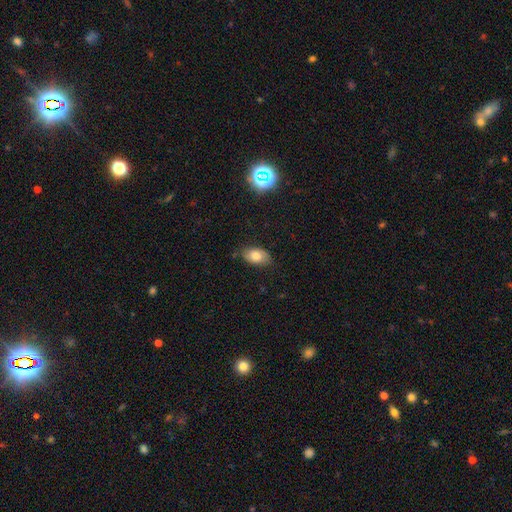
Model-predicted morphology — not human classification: Smooth or featured?
  - smooth: 76% *
  - featured or disk: 14%
  - star or artifact: 10%
How rounded?
  - in between: 91% *
  - round: 7%
  - cigar-shaped: 2%
Merging?
  - none: 78% *
  - minor disturbance: 18%
  - major disturbance: 3%
  - merger: 2%